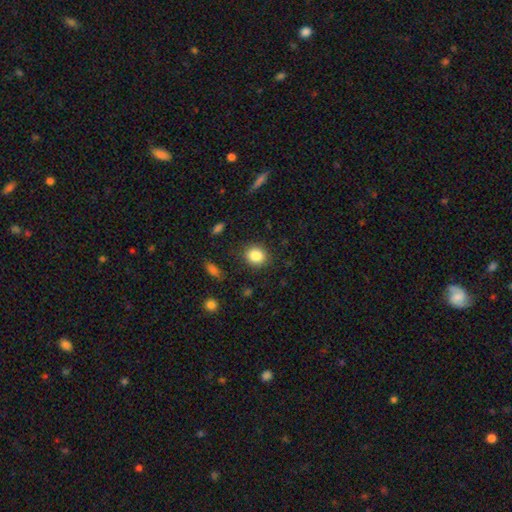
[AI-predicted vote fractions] Smooth or featured?
  - smooth: 85% *
  - star or artifact: 10%
  - featured or disk: 6%
How rounded?
  - round: 74% *
  - in between: 25%
  - cigar-shaped: 1%
Merging?
  - none: 87% *
  - minor disturbance: 9%
  - major disturbance: 3%
  - merger: 1%